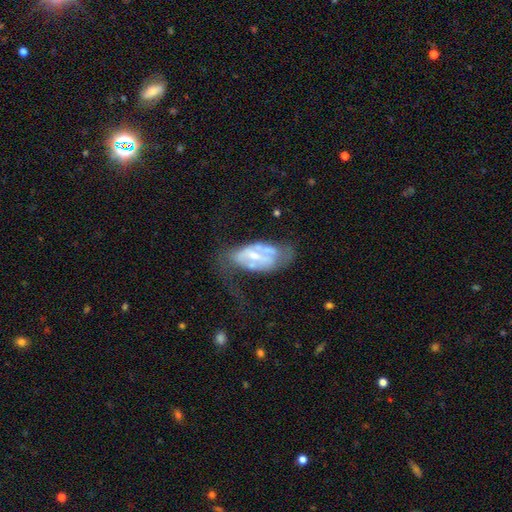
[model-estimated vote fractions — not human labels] A featured or disk galaxy (65%) with no bar (43%), no spiral arms (53%) and a small central bulge (50%).

Vote fractions:
- Smooth or featured? featured or disk: 65% / smooth: 27% / star or artifact: 8%
- Edge-on disk? no: 91% / yes: 9%
- Bar? no: 43% / weak: 37% / strong: 20%
- Spiral arms? no: 53% / yes: 47%
- Bulge size? small: 50% / moderate: 39% / none: 6% / large: 3% / dominant: 1%
- Merging? major disturbance: 41% / none: 27% / minor disturbance: 23% / merger: 9%